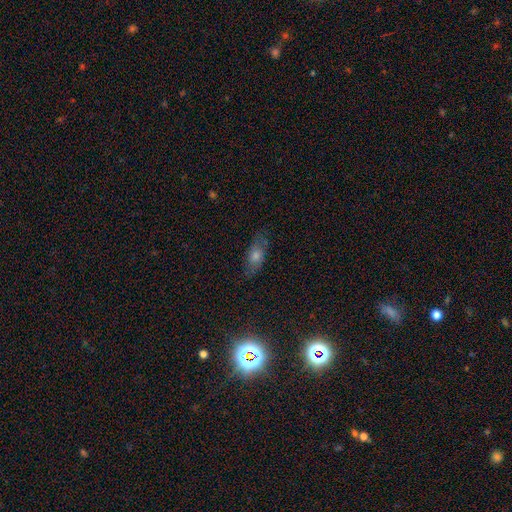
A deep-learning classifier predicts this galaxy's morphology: smooth_or_featured: smooth (p=0.46) [alt: featured or disk p=0.32]
merging: none (p=0.76) [alt: minor disturbance p=0.17]